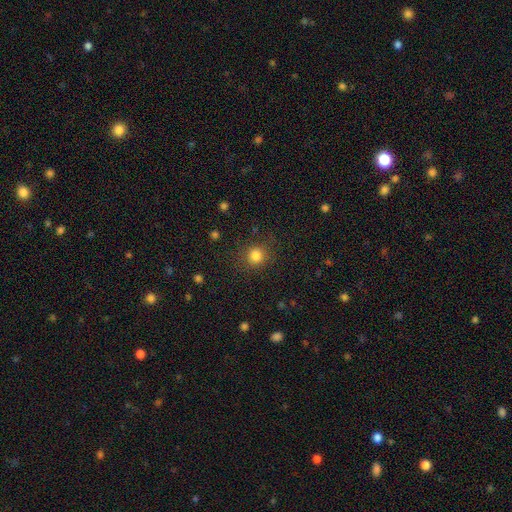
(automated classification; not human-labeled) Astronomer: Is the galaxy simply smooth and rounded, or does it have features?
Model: smooth — 83%.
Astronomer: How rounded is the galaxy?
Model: round — 89%.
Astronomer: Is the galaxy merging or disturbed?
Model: none — 87%.